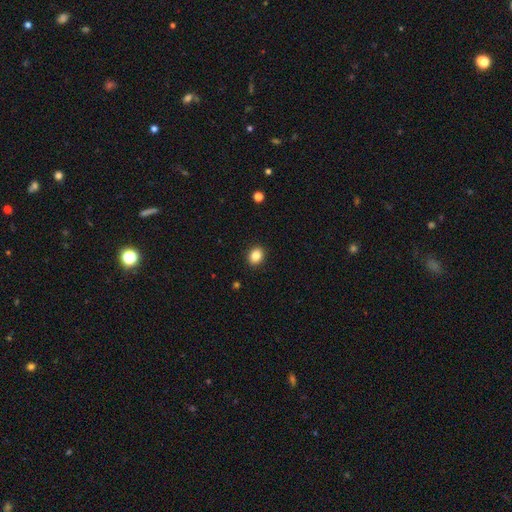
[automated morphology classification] type=smooth (85%); roundness=round (58%); merging=none (91%).